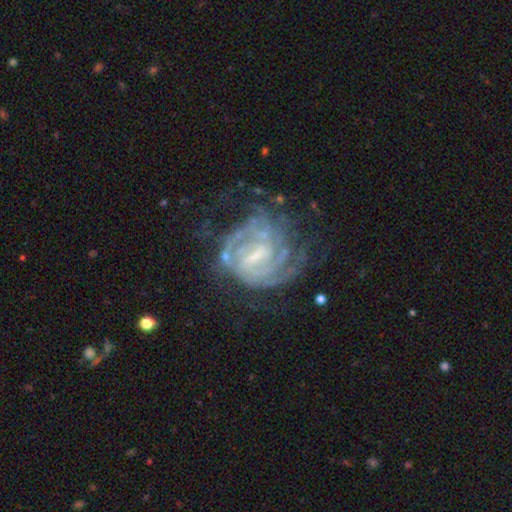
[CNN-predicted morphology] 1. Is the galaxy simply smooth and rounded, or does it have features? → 85% featured or disk, 8% smooth, 7% star or artifact.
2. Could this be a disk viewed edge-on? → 97% no, 3% yes.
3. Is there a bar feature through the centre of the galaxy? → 53% weak, 32% strong, 15% no.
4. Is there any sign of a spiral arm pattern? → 92% yes, 8% no.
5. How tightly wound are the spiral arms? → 62% tight, 30% medium, 8% loose.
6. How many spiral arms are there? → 40% can't tell, 23% 2, 17% 3, 10% 4, 5% 1, 5% more than 4.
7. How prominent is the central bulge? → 48% small, 26% moderate, 22% none, 3% large, 1% dominant.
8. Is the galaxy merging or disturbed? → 53% none, 23% major disturbance, 20% minor disturbance, 4% merger.